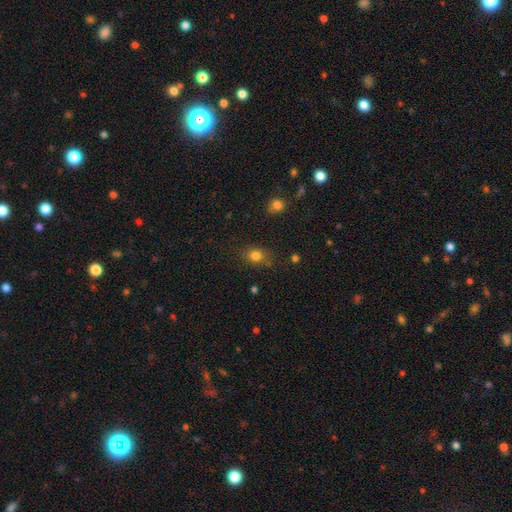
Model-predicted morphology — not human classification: This is clearly a smooth galaxy (81%). How rounded: possibly round (56%). Merging: likely none (77%).